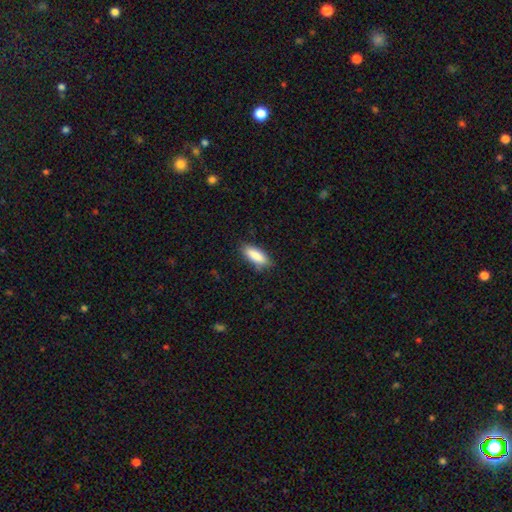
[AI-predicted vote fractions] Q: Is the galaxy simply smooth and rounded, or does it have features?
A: smooth — 88%.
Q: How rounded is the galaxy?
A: in between — 67%.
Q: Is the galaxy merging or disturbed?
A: none — 81%.